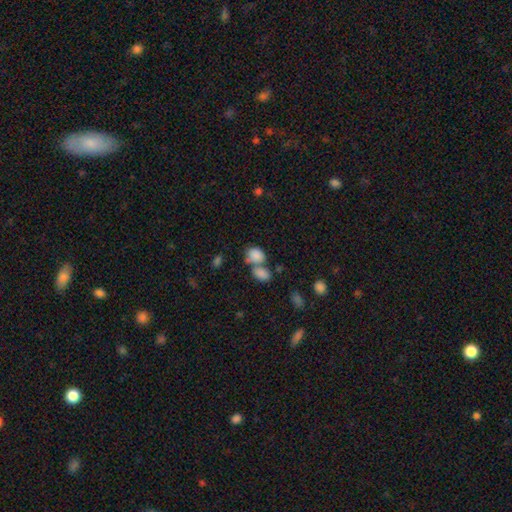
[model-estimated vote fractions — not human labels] Smooth or featured: smooth — 83% (star or artifact — 9%)
How rounded: in between — 64% (round — 34%)
Merging: merger — 52% (none — 31%)